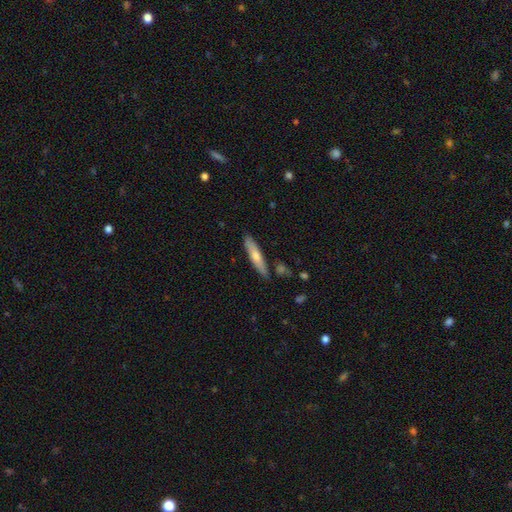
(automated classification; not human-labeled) The model was most divided on "smooth or featured": smooth: 56%, featured or disk: 38%, star or artifact: 6%. More confident: how rounded — cigar-shaped (88%); merging — none (85%).